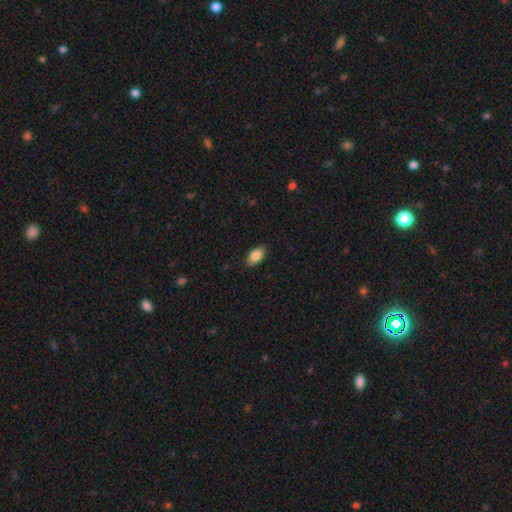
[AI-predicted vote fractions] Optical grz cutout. It shows a smooth galaxy with no disk features (87%) that is in between round and cigar-shaped (93%). Merging: none (87%).